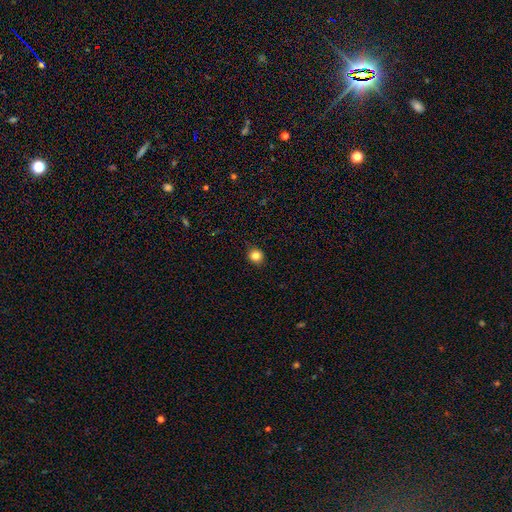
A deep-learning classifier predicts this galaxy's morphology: Smooth or featured? Predicted: smooth (p=0.84). How rounded? Predicted: round (p=0.89). Merging? Predicted: none (p=0.90).